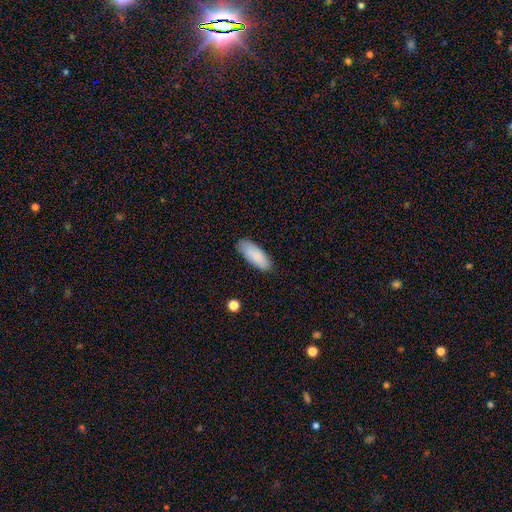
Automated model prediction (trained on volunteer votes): This appears to be a smooth galaxy with no disk features (86%) that is in between round and cigar-shaped (76%). Merging: none (82%).